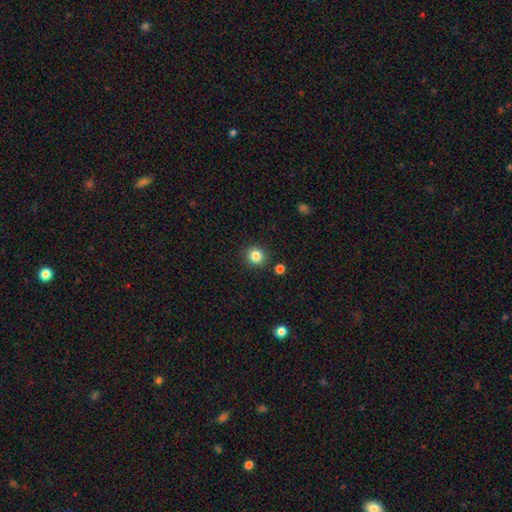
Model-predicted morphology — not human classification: smooth_or_featured: smooth (p=0.83) [alt: star or artifact p=0.12]
how_rounded: round (p=0.91) [alt: in between p=0.08]
merging: none (p=0.90) [alt: minor disturbance p=0.06]